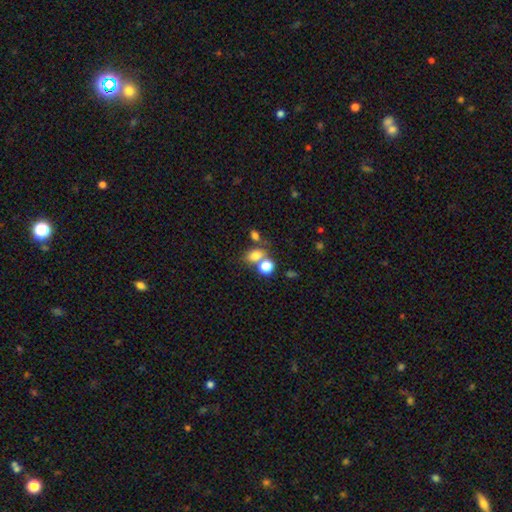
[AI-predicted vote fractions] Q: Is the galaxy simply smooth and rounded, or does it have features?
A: smooth — 75%.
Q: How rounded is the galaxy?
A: in between — 63%.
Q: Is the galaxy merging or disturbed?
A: none — 50%.